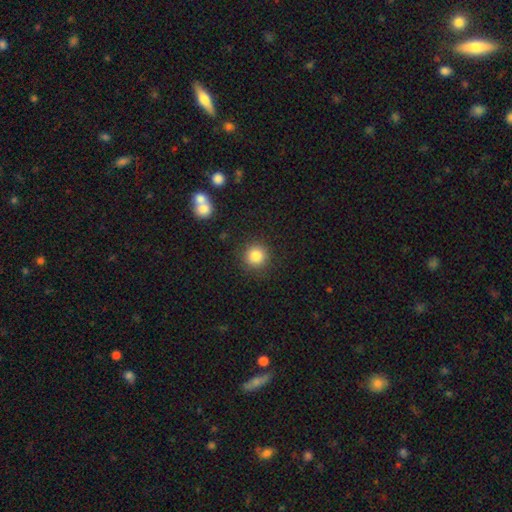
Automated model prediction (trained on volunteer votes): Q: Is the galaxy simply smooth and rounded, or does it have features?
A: smooth — 83%.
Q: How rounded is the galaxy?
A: round — 94%.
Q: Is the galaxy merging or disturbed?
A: none — 89%.